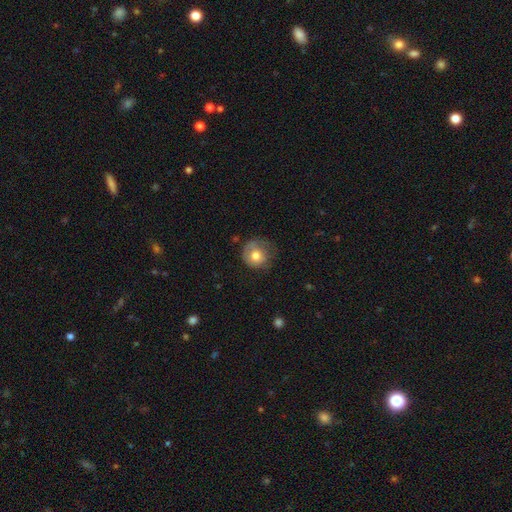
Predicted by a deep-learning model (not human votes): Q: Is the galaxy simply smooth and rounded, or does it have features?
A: smooth — 70%.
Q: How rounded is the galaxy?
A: round — 87%.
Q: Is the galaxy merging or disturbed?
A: none — 56%.